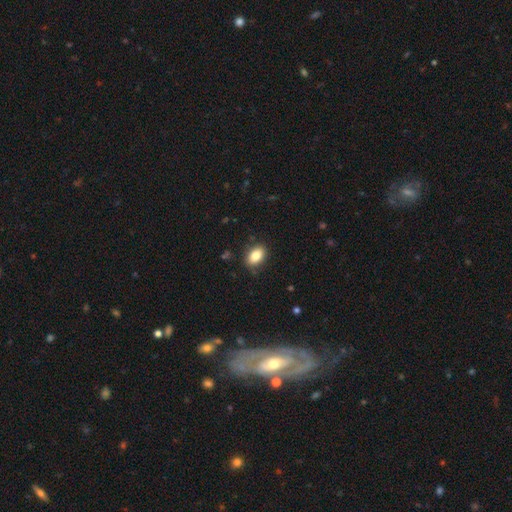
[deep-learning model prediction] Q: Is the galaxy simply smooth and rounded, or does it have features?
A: smooth — 84%.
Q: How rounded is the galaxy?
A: in between — 85%.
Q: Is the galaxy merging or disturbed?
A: none — 85%.